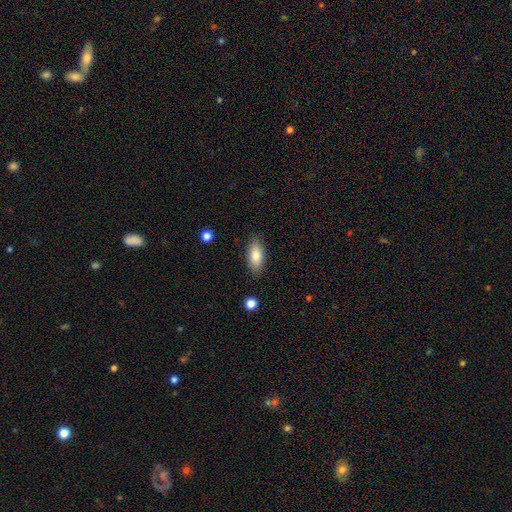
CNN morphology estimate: Q: Smooth or featured?
A: smooth (82%); runner-up: featured or disk (11%)
Q: How rounded?
A: in between (87%); runner-up: cigar-shaped (10%)
Q: Merging?
A: none (86%); runner-up: minor disturbance (10%)